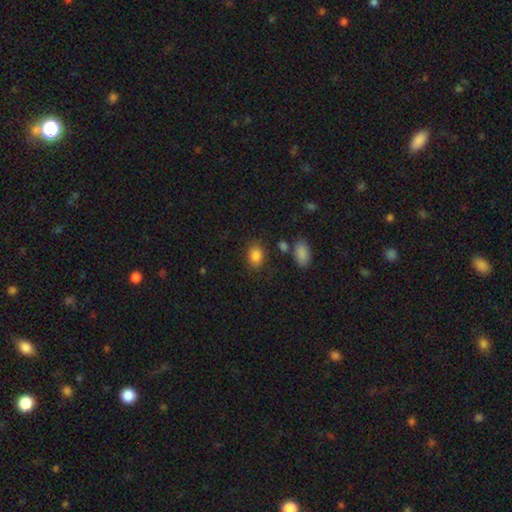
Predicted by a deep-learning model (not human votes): Q: Smooth or featured?
A: smooth (86%); runner-up: star or artifact (9%)
Q: How rounded?
A: in between (71%); runner-up: round (28%)
Q: Merging?
A: none (79%); runner-up: minor disturbance (13%)